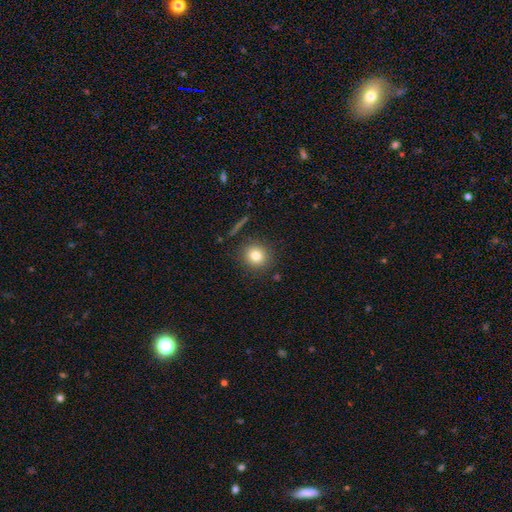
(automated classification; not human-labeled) Smooth or featured?
  - smooth: 80% *
  - star or artifact: 11%
  - featured or disk: 9%
How rounded?
  - round: 88% *
  - in between: 11%
  - cigar-shaped: 1%
Merging?
  - none: 87% *
  - minor disturbance: 8%
  - major disturbance: 3%
  - merger: 2%